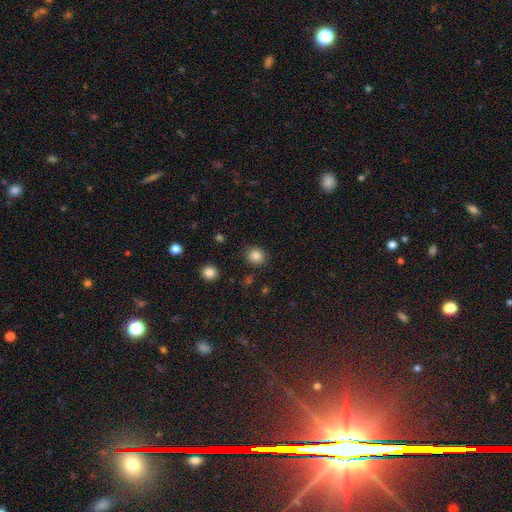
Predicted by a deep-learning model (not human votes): The model was most divided on "how rounded": round: 80%, in between: 19%, cigar-shaped: 1%. More confident: merging — none (87%); smooth or featured — smooth (84%).